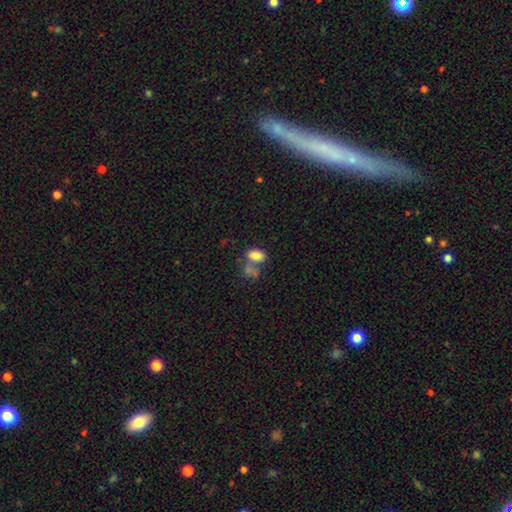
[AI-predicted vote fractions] Q: Smooth or featured?
A: smooth (81%); runner-up: star or artifact (10%)
Q: How rounded?
A: in between (90%); runner-up: round (8%)
Q: Merging?
A: none (43%); runner-up: merger (37%)